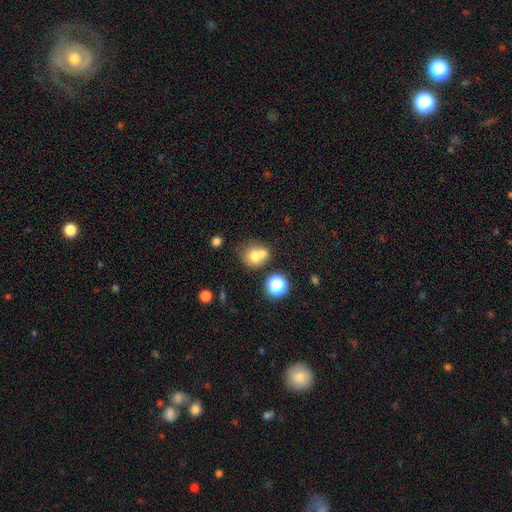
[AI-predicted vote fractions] smooth 70%, featured or disk 17%, star or artifact 13%. Down the decision tree: how rounded — round (75%); merging — merger (48%).